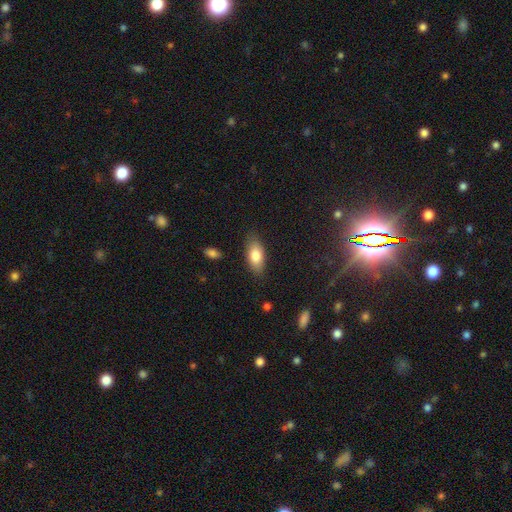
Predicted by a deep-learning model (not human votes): Overall: smooth (81%). How rounded: in between (87%). Merging: none (82%).